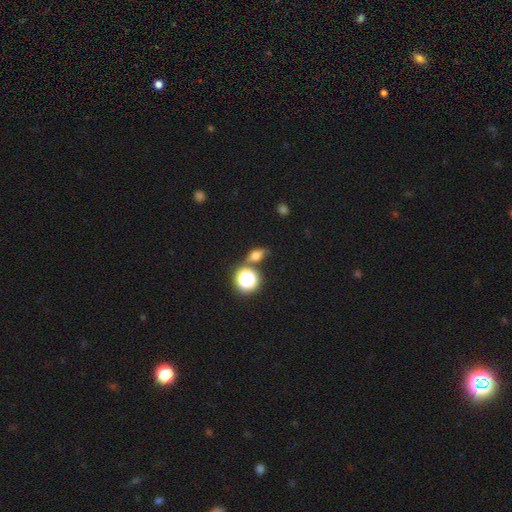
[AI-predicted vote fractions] Q: Smooth or featured?
A: smooth (60%); runner-up: star or artifact (23%)
Q: How rounded?
A: in between (62%); runner-up: round (29%)
Q: Merging?
A: none (65%); runner-up: minor disturbance (16%)